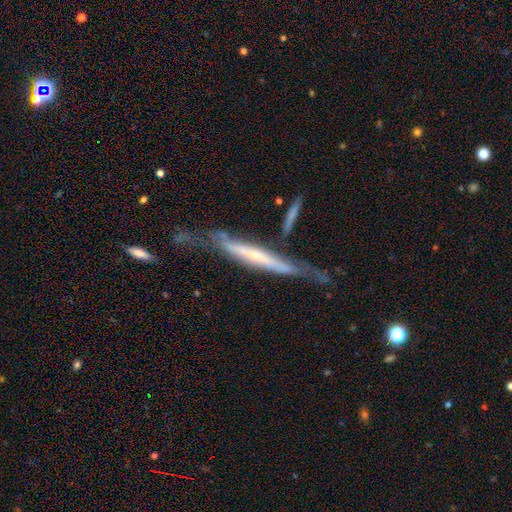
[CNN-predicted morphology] Smooth or featured? Predicted: featured or disk (p=0.71). Edge-on disk? Predicted: yes (p=0.82). Edge-on bulge? Predicted: none (p=0.52). Merging? Predicted: none (p=0.48).